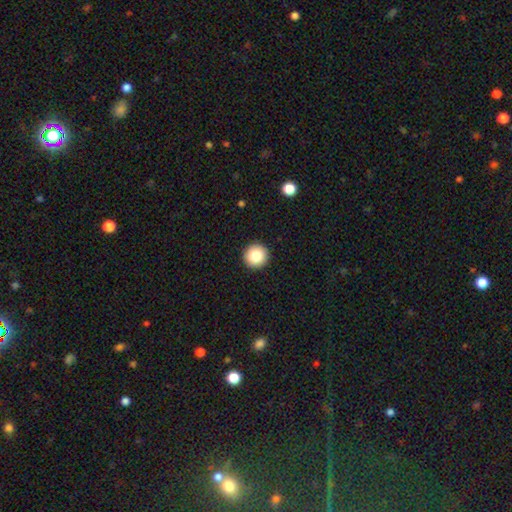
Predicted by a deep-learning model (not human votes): This is clearly a smooth galaxy (83%). How rounded: clearly round (96%). Merging: clearly none (93%).